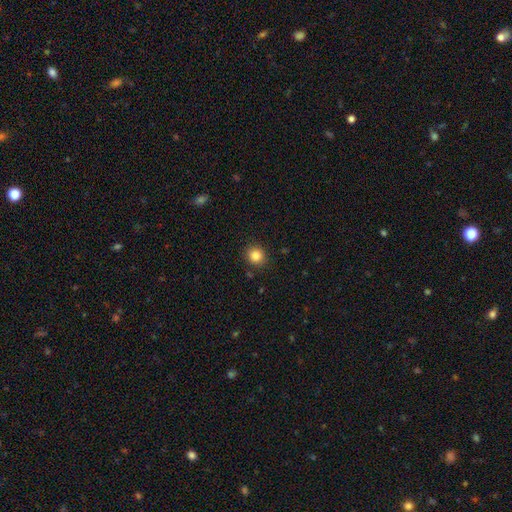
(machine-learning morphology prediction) smooth_or_featured: smooth (p=0.84) [alt: star or artifact p=0.11]
how_rounded: round (p=0.85) [alt: in between p=0.14]
merging: none (p=0.89) [alt: minor disturbance p=0.07]